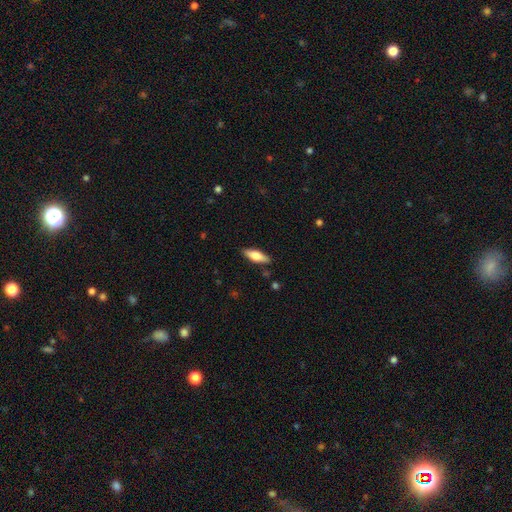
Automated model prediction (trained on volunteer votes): Morphology: type=smooth (67%); roundness=in between (56%); merging=none (87%).